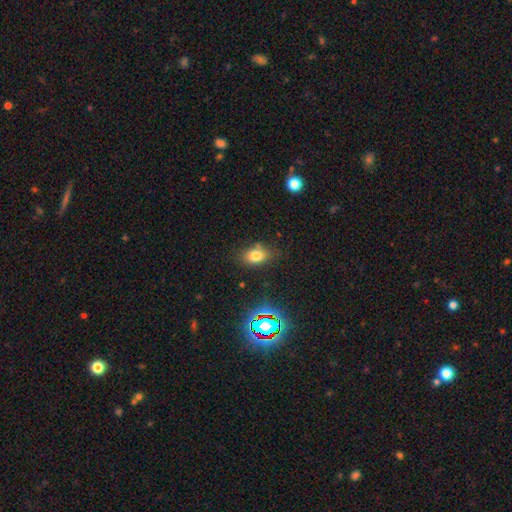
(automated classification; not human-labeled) The model was most divided on "how rounded": in between: 74%, round: 24%, cigar-shaped: 2%. More confident: merging — none (77%); smooth or featured — smooth (75%).